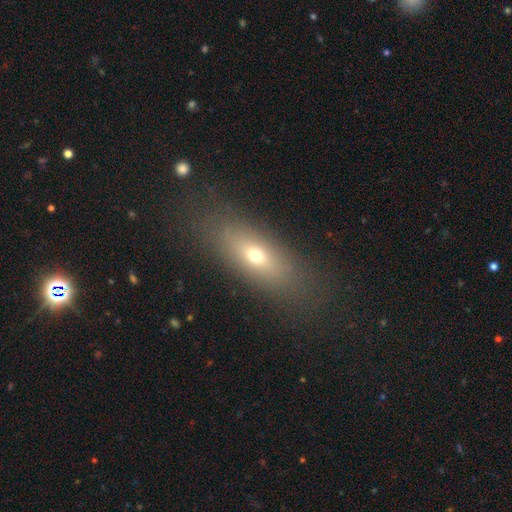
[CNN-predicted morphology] This appears to be a smooth galaxy with no disk features (62%) that is in between round and cigar-shaped (62%). Merging: none (79%).